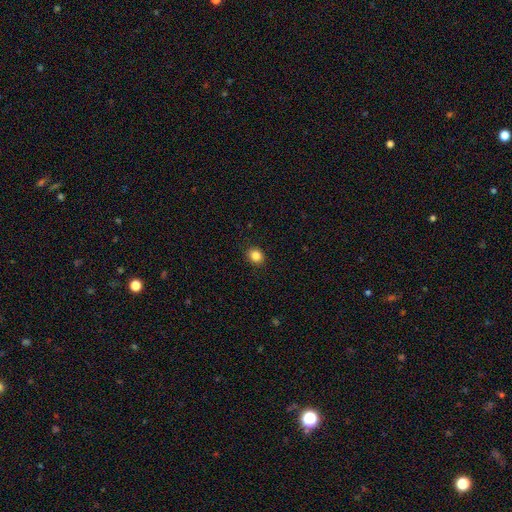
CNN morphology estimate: Smooth or featured: smooth — 85% (star or artifact — 11%)
How rounded: round — 72% (in between — 27%)
Merging: none — 90% (minor disturbance — 7%)